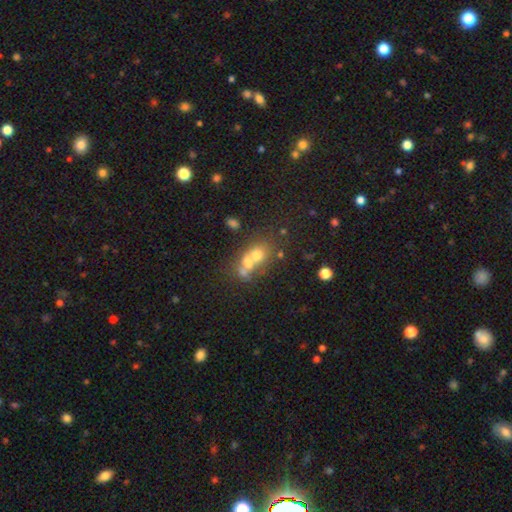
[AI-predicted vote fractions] Smooth or featured? smooth (52%)
How rounded? round (64%)
Merging? merger (53%)